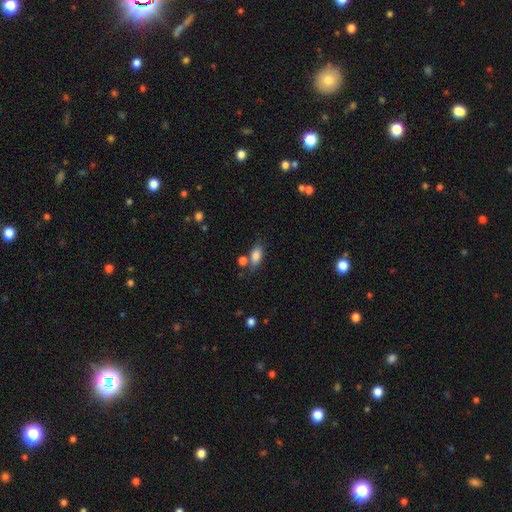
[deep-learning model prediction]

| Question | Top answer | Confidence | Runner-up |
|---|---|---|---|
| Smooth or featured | smooth | 84% | star or artifact (9%) |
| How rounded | in between | 87% | round (8%) |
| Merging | none | 61% | minor disturbance (17%) |